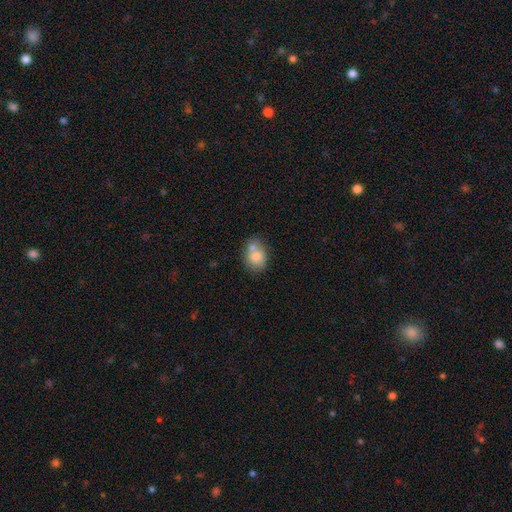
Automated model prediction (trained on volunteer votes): Smooth or featured: smooth — 76% (featured or disk — 15%)
How rounded: in between — 57% (round — 42%)
Merging: none — 46% (merger — 35%)